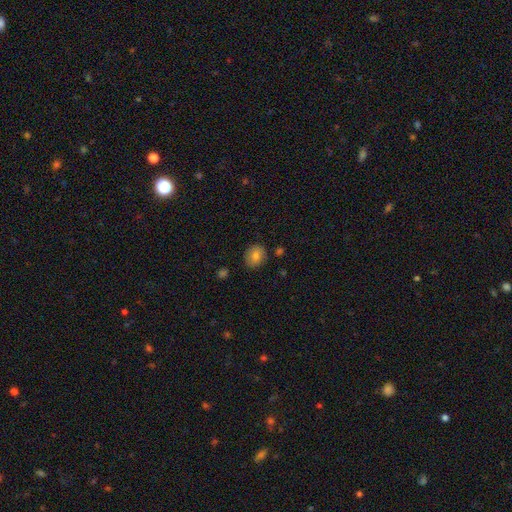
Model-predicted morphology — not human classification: Smooth or featured? smooth (79%)
How rounded? round (72%)
Merging? none (84%)